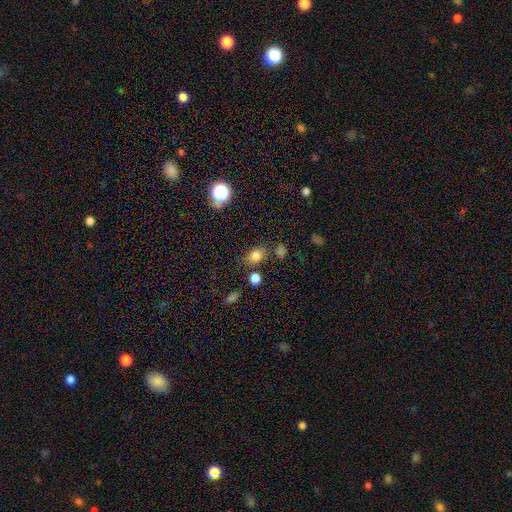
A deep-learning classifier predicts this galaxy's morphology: Smooth or featured: smooth — 78% (star or artifact — 15%)
How rounded: in between — 62% (round — 36%)
Merging: none — 72% (minor disturbance — 15%)